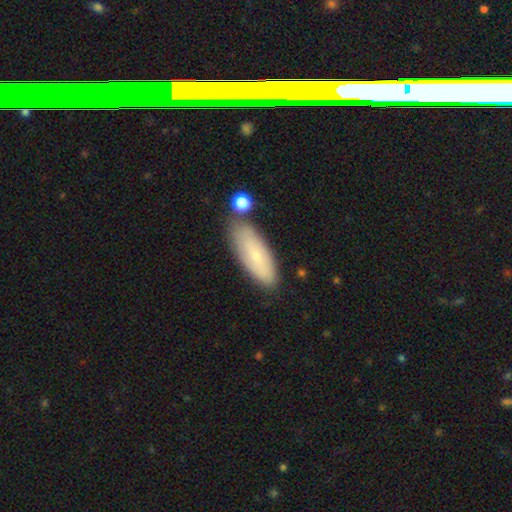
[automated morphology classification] Overall: smooth (71%). How rounded: in between (63%; cigar-shaped 35%). Merging: none (74%).